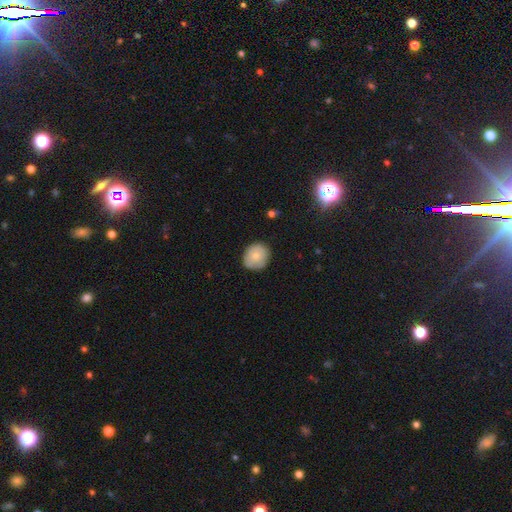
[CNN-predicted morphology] Smooth or featured: smooth — 78% (featured or disk — 15%)
How rounded: round — 72% (in between — 28%)
Merging: none — 84% (minor disturbance — 13%)